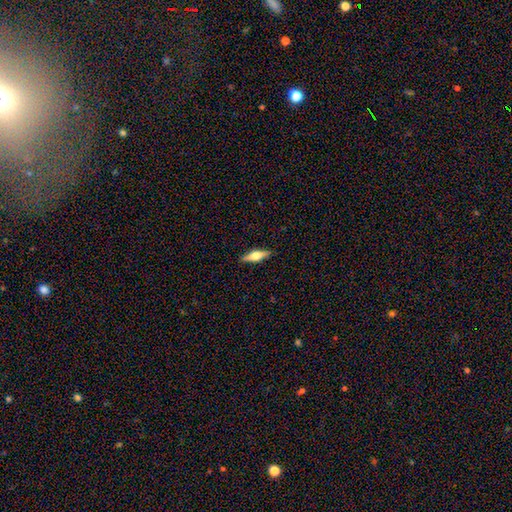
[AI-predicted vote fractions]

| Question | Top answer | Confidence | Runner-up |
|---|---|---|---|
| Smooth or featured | featured or disk | 55% | smooth (39%) |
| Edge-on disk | yes | 95% | no (5%) |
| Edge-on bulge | rounded | 92% | boxy (6%) |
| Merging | none | 89% | minor disturbance (8%) |